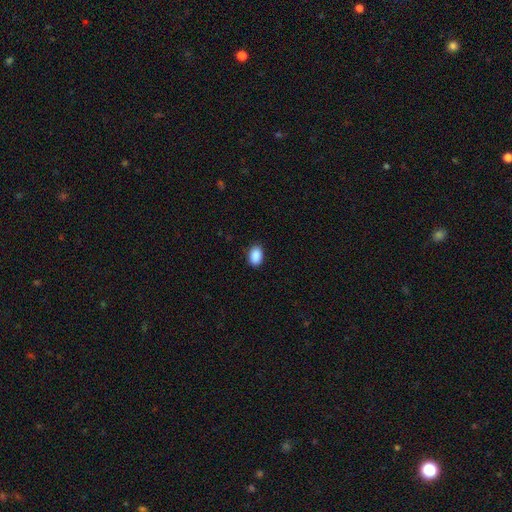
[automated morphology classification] Smooth or featured? Predicted: smooth (p=0.90). How rounded? Predicted: in between (p=0.85). Merging? Predicted: none (p=0.88).